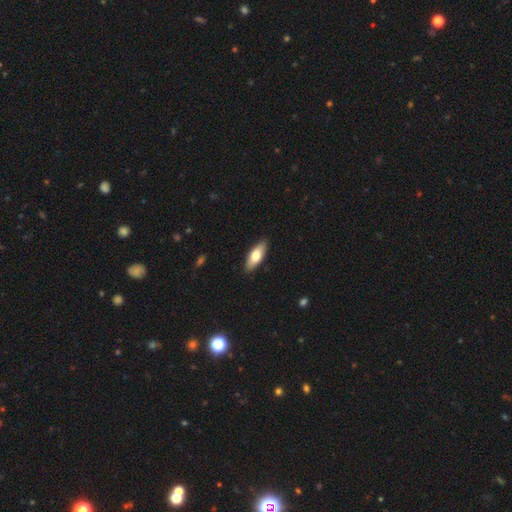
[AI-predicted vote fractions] smooth 69%, featured or disk 25%, star or artifact 5%. Down the decision tree: how rounded — in between (70%); merging — none (89%).